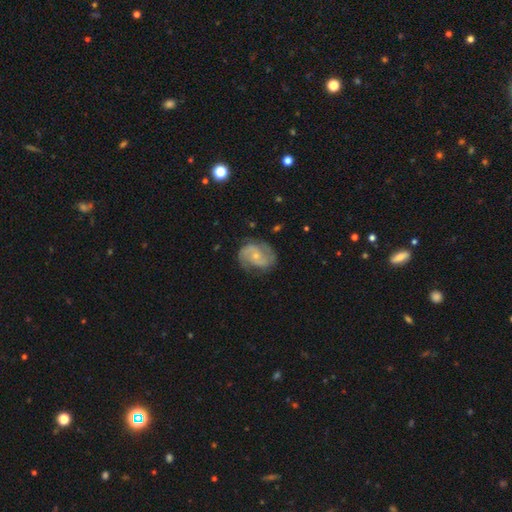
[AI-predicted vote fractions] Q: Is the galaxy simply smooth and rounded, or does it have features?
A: featured or disk — 83%.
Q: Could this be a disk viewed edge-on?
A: no — 98%.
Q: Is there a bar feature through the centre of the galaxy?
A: no — 61%.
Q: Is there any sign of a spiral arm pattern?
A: yes — 95%.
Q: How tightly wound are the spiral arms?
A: medium — 52%.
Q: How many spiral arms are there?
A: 2 — 85%.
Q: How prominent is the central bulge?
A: small — 68%.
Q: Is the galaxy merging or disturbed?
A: none — 74%.